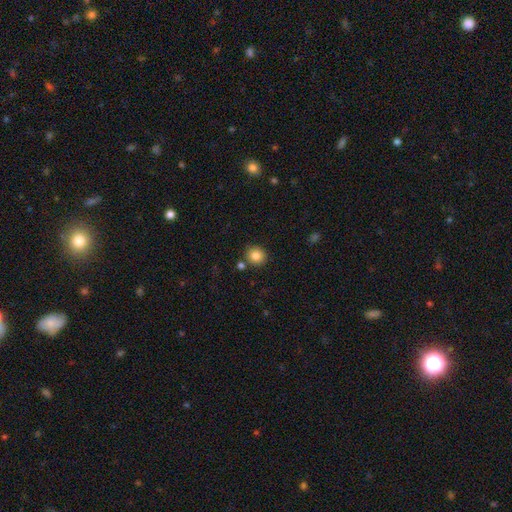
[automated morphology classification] smooth-or-featured: smooth: 84% | star or artifact: 10% | featured or disk: 6%
  how-rounded: round: 90% | in between: 9% | cigar-shaped: 1%
  merging: none: 83% | minor disturbance: 8% | merger: 7% | major disturbance: 2%